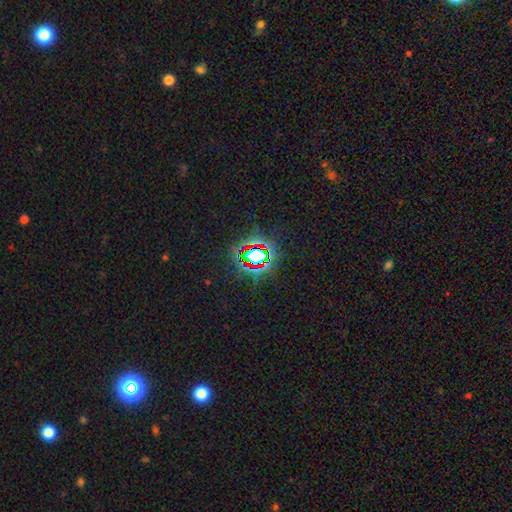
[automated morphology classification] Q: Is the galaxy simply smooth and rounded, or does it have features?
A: star or artifact — 72%.